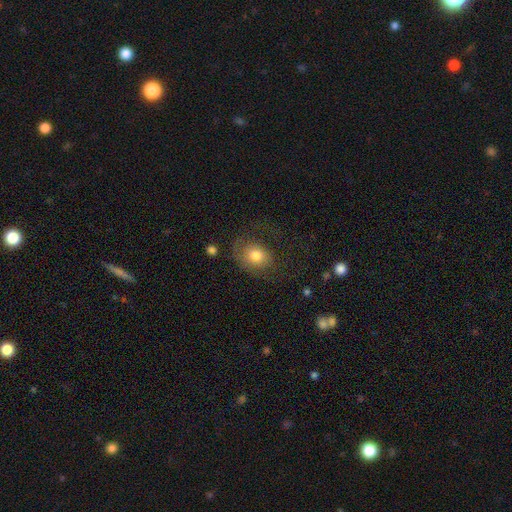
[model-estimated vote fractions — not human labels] Smooth or featured? smooth (66%)
How rounded? round (51%)
Merging? none (49%)